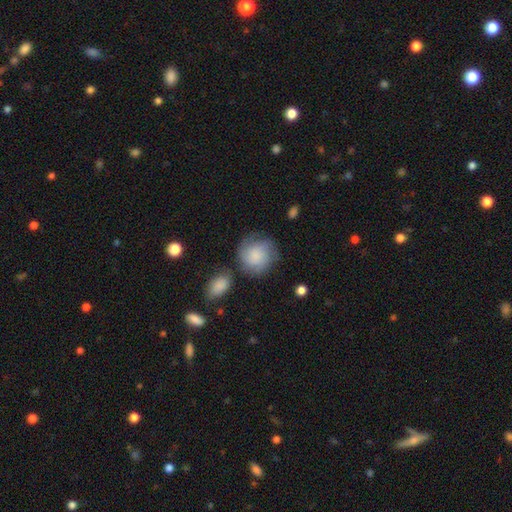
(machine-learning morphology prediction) A smooth galaxy with no disk features (59%) that is round (84%). Merging: none (66%).